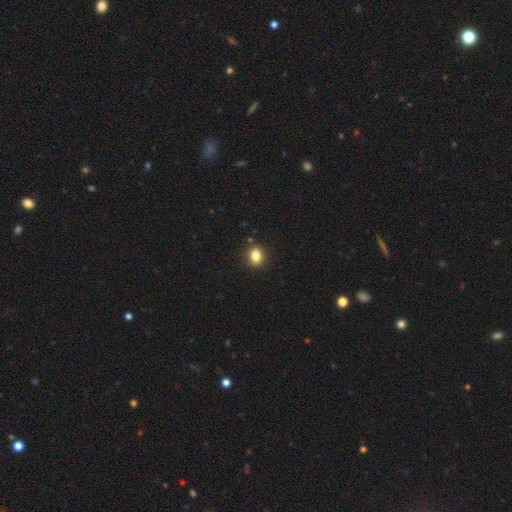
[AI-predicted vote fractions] Morphology: type=smooth (83%); roundness=round (55%); merging=none (90%).